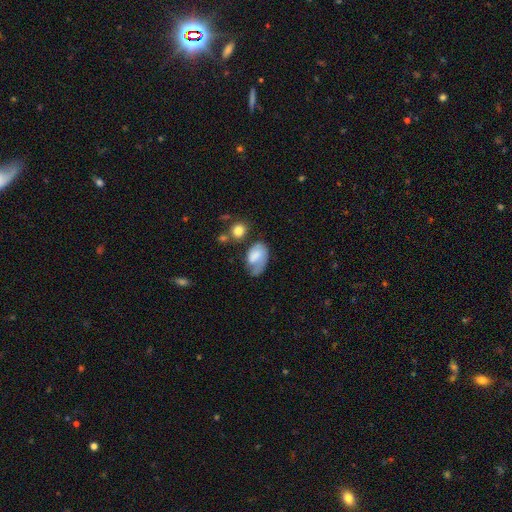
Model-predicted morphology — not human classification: A smooth galaxy with no disk features (60%) that is in between round and cigar-shaped (88%). Merging: none (35%).